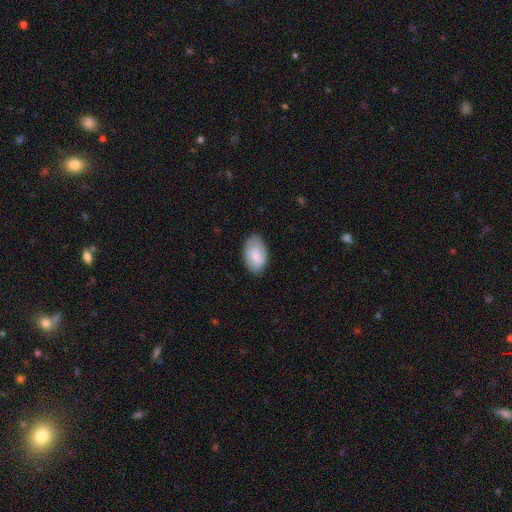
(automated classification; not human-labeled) A smooth galaxy with no disk features (78%) that is in between round and cigar-shaped (94%). Merging: none (78%).